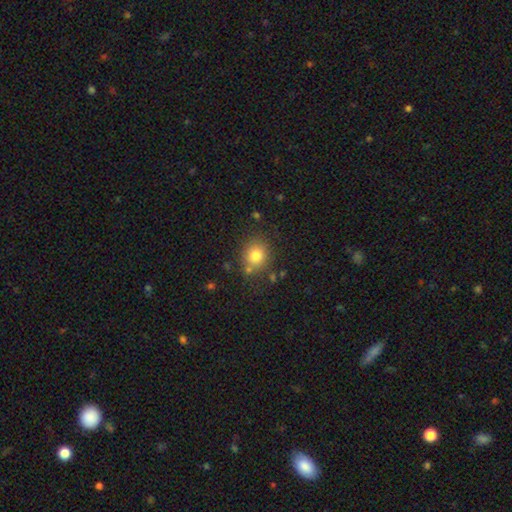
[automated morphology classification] Smooth or featured: smooth — 79% (star or artifact — 12%)
How rounded: round — 77% (in between — 22%)
Merging: none — 77% (minor disturbance — 12%)